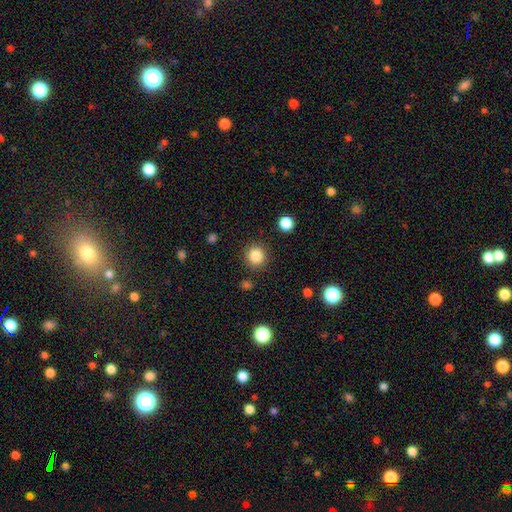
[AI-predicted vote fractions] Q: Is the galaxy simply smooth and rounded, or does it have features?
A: smooth — 85%.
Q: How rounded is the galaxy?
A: round — 91%.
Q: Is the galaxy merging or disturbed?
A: none — 87%.